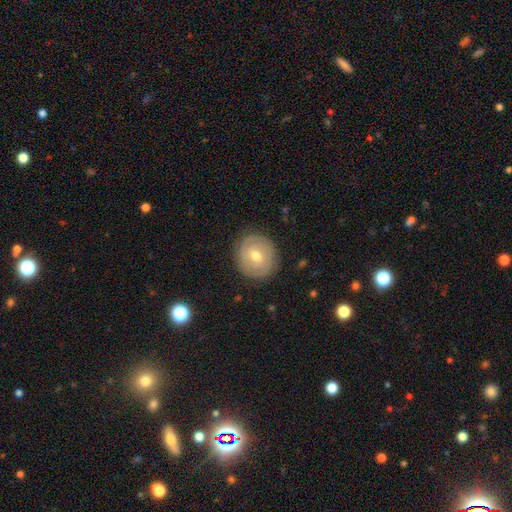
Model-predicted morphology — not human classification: This appears to be a featured or disk galaxy (48%). Merging: none (86%).